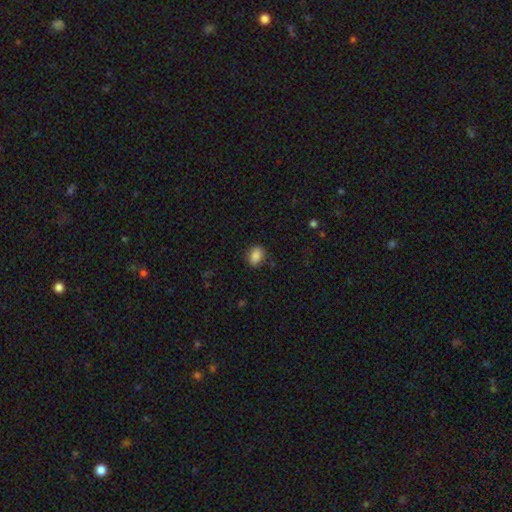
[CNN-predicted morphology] Smooth or featured? Predicted: smooth (p=0.87). How rounded? Predicted: in between (p=0.71). Merging? Predicted: none (p=0.83).